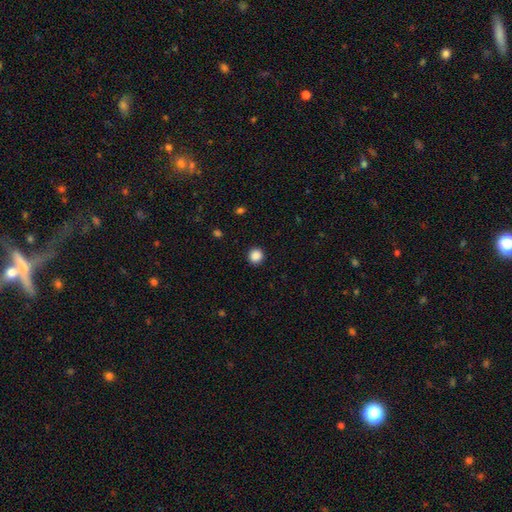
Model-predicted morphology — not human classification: Q: Smooth or featured?
A: smooth (88%); runner-up: star or artifact (10%)
Q: How rounded?
A: round (92%); runner-up: in between (7%)
Q: Merging?
A: none (92%); runner-up: minor disturbance (5%)